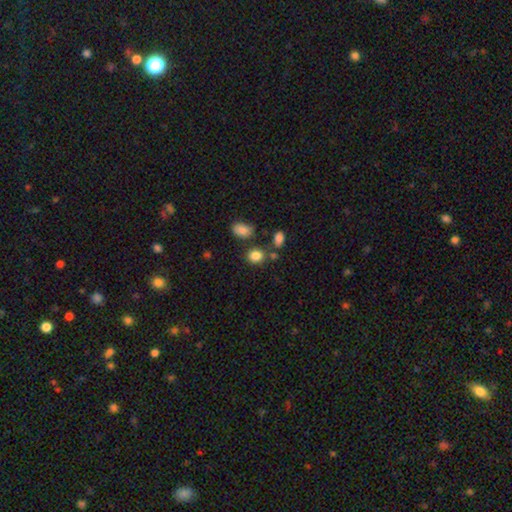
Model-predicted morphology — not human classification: smooth_or_featured: smooth (p=0.84) [alt: star or artifact p=0.11]
how_rounded: round (p=0.56) [alt: in between p=0.43]
merging: none (p=0.71) [alt: minor disturbance p=0.13]